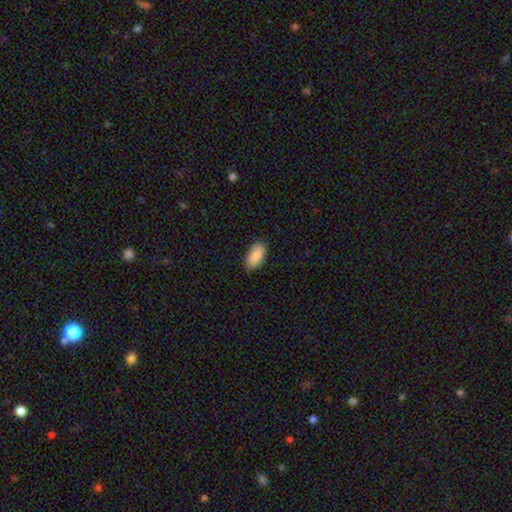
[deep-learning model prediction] Smooth or featured? smooth (87%)
How rounded? in between (93%)
Merging? none (82%)